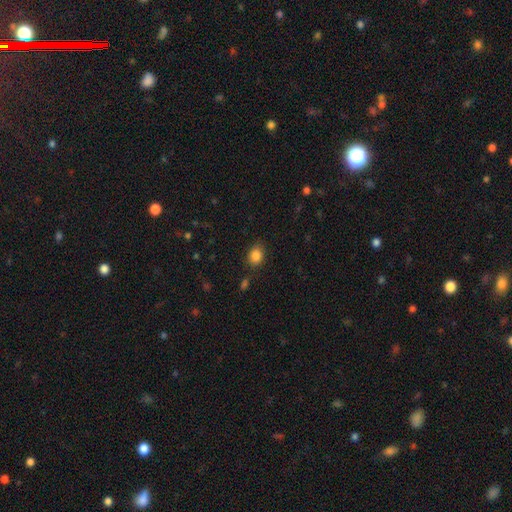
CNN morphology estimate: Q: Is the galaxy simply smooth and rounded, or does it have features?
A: smooth — 85%.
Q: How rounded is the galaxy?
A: in between — 59%.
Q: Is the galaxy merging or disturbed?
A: none — 81%.